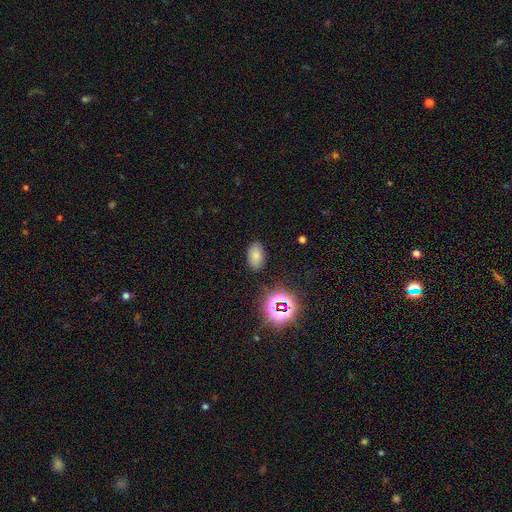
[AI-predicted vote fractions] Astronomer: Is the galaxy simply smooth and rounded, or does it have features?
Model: smooth — 76%.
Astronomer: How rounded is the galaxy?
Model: in between — 90%.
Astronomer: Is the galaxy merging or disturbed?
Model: none — 85%.